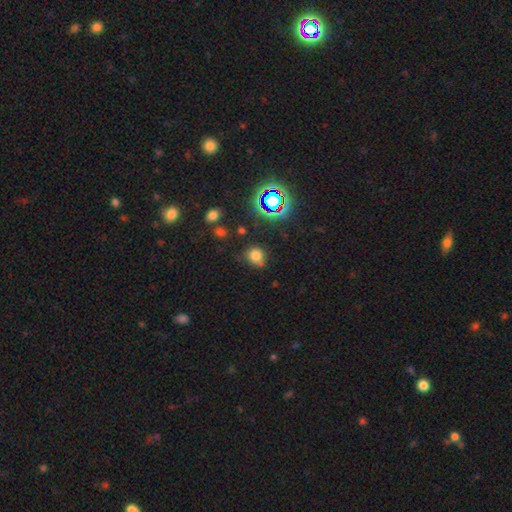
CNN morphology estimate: Smooth or featured? Predicted: smooth (p=0.72). How rounded? Predicted: round (p=0.69). Merging? Predicted: none (p=0.63).